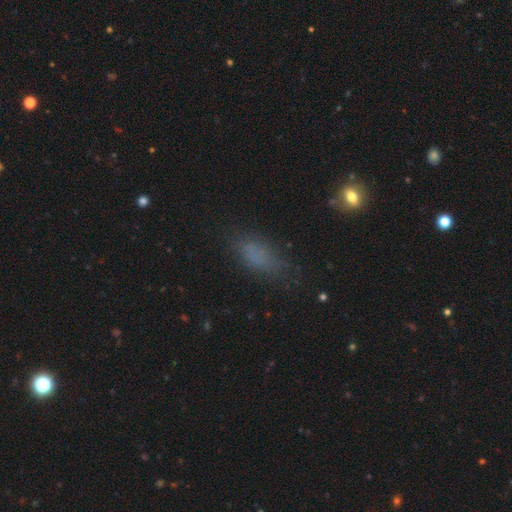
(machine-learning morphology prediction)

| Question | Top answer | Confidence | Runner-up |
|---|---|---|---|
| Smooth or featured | smooth | 73% | star or artifact (17%) |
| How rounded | in between | 76% | cigar-shaped (18%) |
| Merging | none | 66% | minor disturbance (22%) |